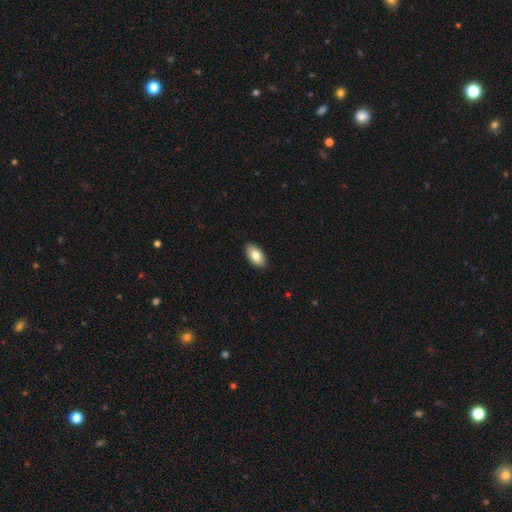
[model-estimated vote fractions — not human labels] Smooth or featured: smooth — 82% (featured or disk — 11%)
How rounded: in between — 94% (round — 3%)
Merging: none — 90% (minor disturbance — 7%)